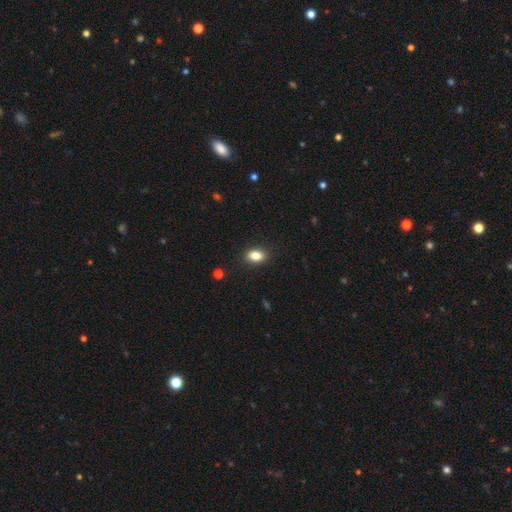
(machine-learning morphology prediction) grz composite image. It shows a smooth galaxy with no disk features (84%) that is in between round and cigar-shaped (78%). Merging: none (88%).